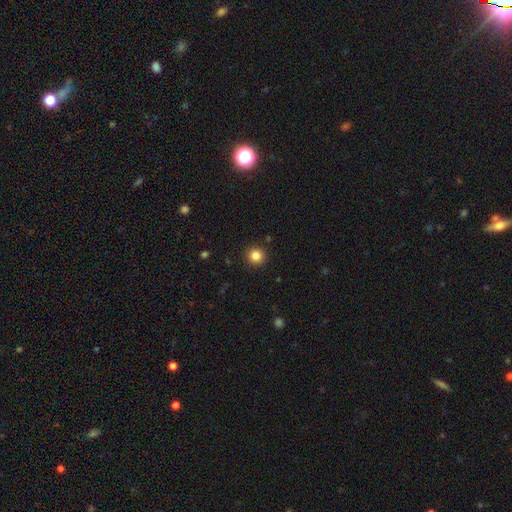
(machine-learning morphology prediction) smooth_or_featured: smooth (p=0.85) [alt: star or artifact p=0.11]
how_rounded: round (p=0.95) [alt: in between p=0.04]
merging: none (p=0.92) [alt: minor disturbance p=0.05]